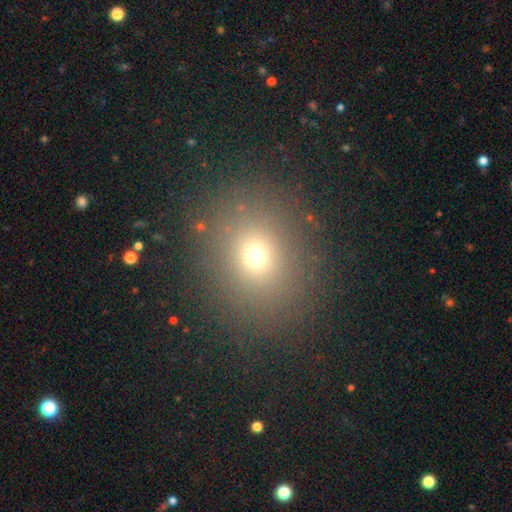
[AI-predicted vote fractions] smooth 68%, star or artifact 21%, featured or disk 10%. Down the decision tree: how rounded — round (70%); merging — none (86%).